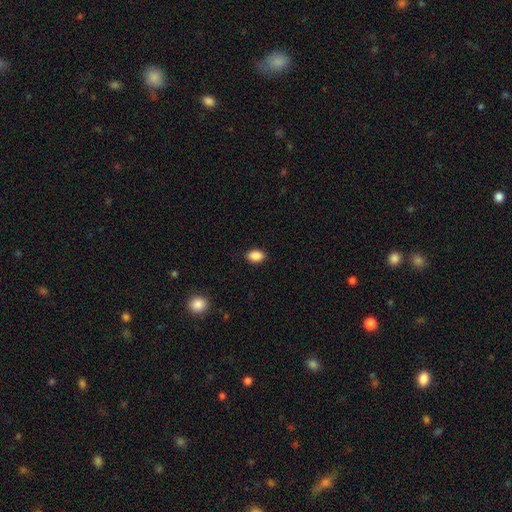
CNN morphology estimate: A smooth galaxy with no disk features (89%) that is in between round and cigar-shaped (84%).

Vote fractions:
- Smooth or featured? smooth: 89% / star or artifact: 8% / featured or disk: 3%
- How rounded? in between: 84% / round: 15% / cigar-shaped: 1%
- Merging? none: 88% / minor disturbance: 9% / major disturbance: 2% / merger: 1%